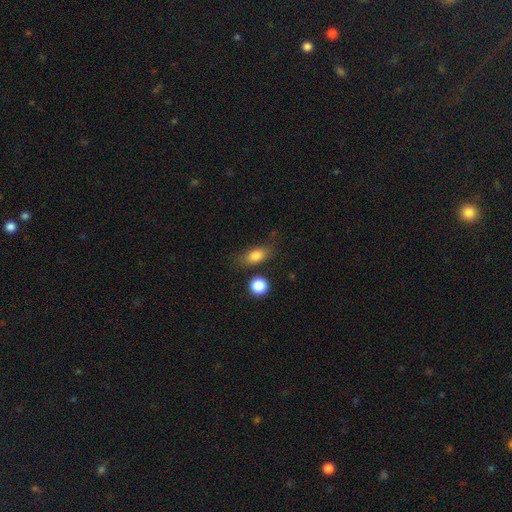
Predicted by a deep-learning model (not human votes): smooth_or_featured: smooth (p=0.81) [alt: featured or disk p=0.10]
how_rounded: in between (p=0.74) [alt: round p=0.15]
merging: none (p=0.67) [alt: minor disturbance p=0.19]